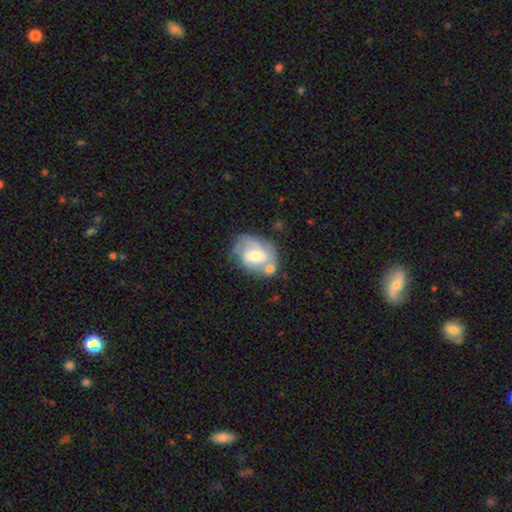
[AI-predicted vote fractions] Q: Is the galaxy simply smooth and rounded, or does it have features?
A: featured or disk — 47%.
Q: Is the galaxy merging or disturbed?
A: none — 40%.